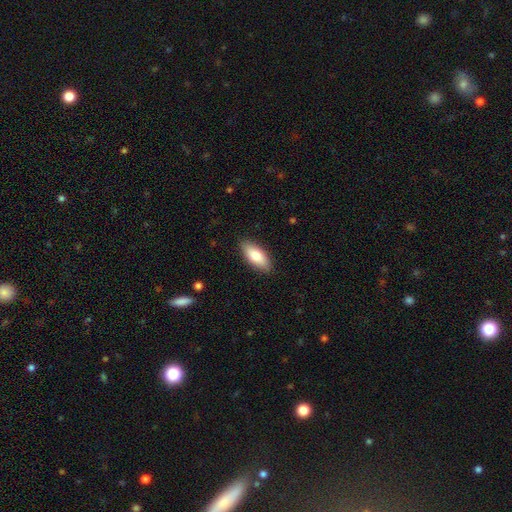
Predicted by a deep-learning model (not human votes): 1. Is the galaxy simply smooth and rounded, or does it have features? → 79% smooth, 15% featured or disk, 6% star or artifact.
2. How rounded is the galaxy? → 83% in between, 14% cigar-shaped, 2% round.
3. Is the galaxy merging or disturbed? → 88% none, 9% minor disturbance, 2% major disturbance, 1% merger.